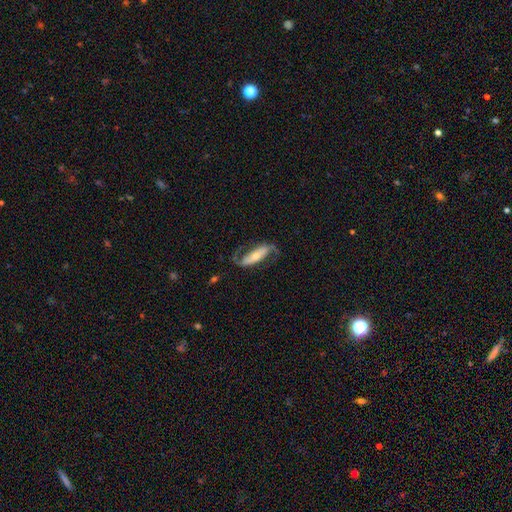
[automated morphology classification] smooth-or-featured: featured or disk: 78% | smooth: 16% | star or artifact: 6%
  disk-edge-on: no: 88% | yes: 12%
    bar: strong: 50% | no: 28% | weak: 23%
    has-spiral-arms: yes: 93% | no: 7%
      spiral-winding: loose: 55% | medium: 33% | tight: 12%
      spiral-arm-count: 2: 89% | 1: 4% | can't tell: 4% | 3: 1% | 4: 1% | more than 4: 1%
    bulge-size: small: 52% | moderate: 36% | large: 6% | none: 4% | dominant: 2%
  merging: none: 68% | minor disturbance: 16% | major disturbance: 14% | merger: 2%